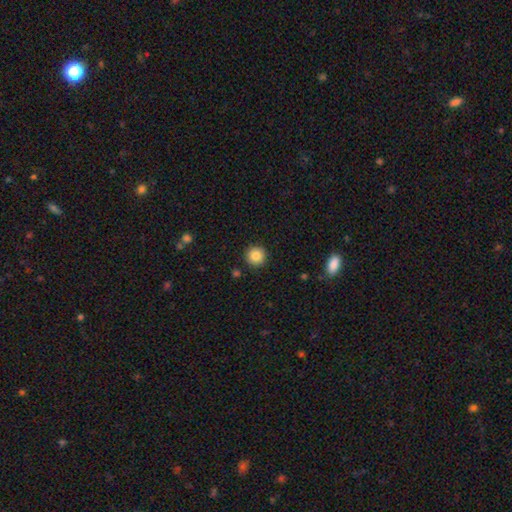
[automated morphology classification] Smooth or featured: smooth — 85% (star or artifact — 10%)
How rounded: round — 95% (in between — 4%)
Merging: none — 91% (minor disturbance — 6%)